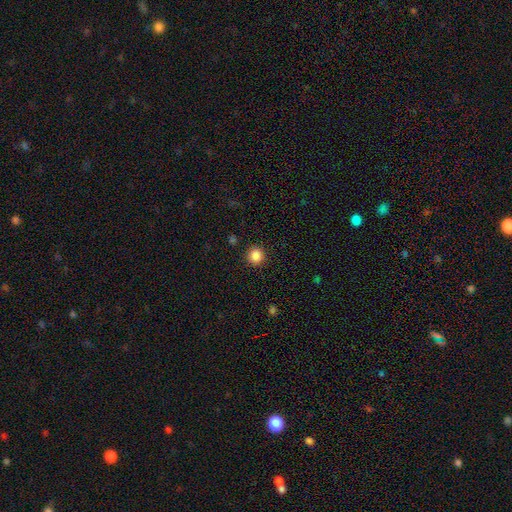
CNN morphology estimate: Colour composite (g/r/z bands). It shows a smooth galaxy with no disk features (86%) that is round (93%). Merging: none (91%).